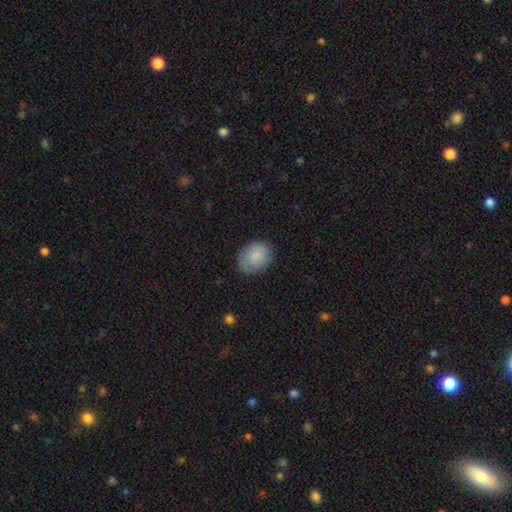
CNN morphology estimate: Q: Smooth or featured?
A: smooth (84%); runner-up: featured or disk (9%)
Q: How rounded?
A: in between (61%); runner-up: round (38%)
Q: Merging?
A: none (76%); runner-up: minor disturbance (18%)